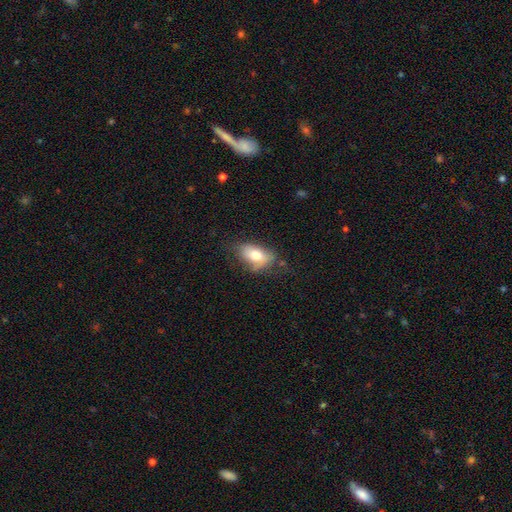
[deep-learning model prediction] This appears to be a smooth galaxy with no disk features (71%) that is in between round and cigar-shaped (88%). Merging: none (47%).